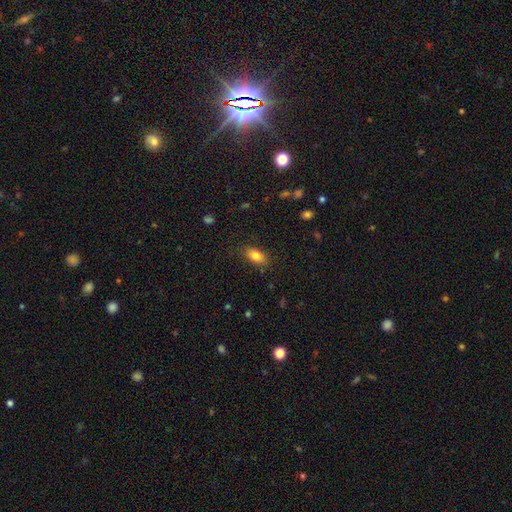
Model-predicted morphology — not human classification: Smooth or featured?
  - smooth: 82% *
  - featured or disk: 9%
  - star or artifact: 9%
How rounded?
  - in between: 87% *
  - cigar-shaped: 7%
  - round: 6%
Merging?
  - none: 84% *
  - minor disturbance: 12%
  - major disturbance: 3%
  - merger: 1%